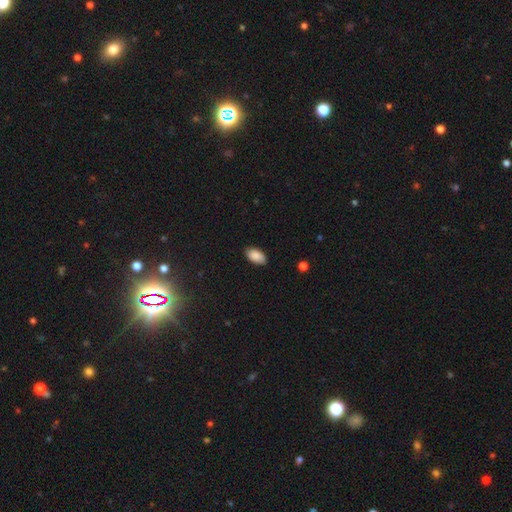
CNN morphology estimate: Smooth or featured?
  - smooth: 89% *
  - star or artifact: 7%
  - featured or disk: 4%
How rounded?
  - in between: 95% *
  - round: 4%
  - cigar-shaped: 2%
Merging?
  - none: 85% *
  - minor disturbance: 11%
  - major disturbance: 2%
  - merger: 1%